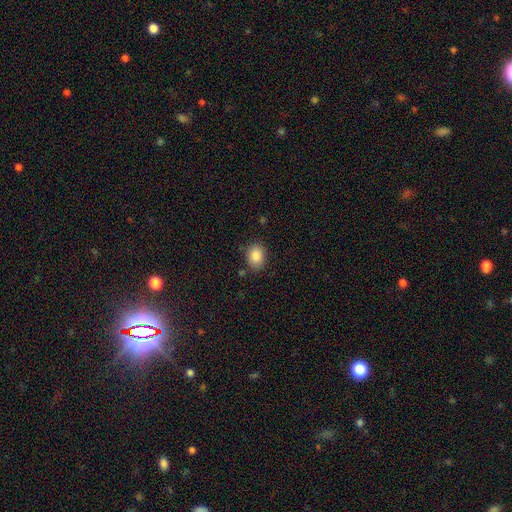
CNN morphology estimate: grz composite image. It shows a smooth galaxy with no disk features (87%) that is in between round and cigar-shaped (61%). Merging: none (81%).